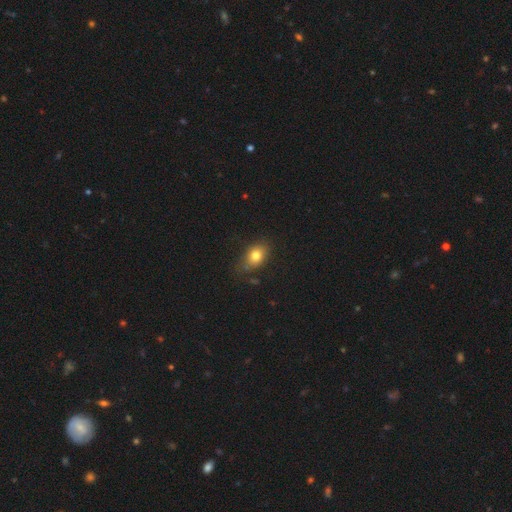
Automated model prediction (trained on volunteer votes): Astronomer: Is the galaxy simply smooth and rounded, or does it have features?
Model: smooth — 79%.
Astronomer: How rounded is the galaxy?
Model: in between — 68%.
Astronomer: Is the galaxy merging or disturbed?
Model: none — 70%.